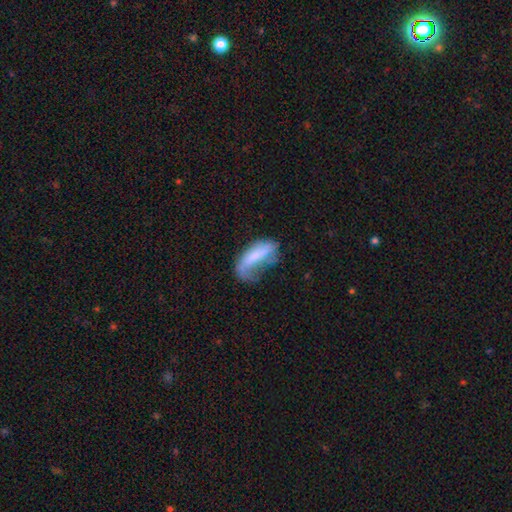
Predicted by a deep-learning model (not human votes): Morphology: type=smooth (58%); roundness=in between (73%); merging=major disturbance (43%).